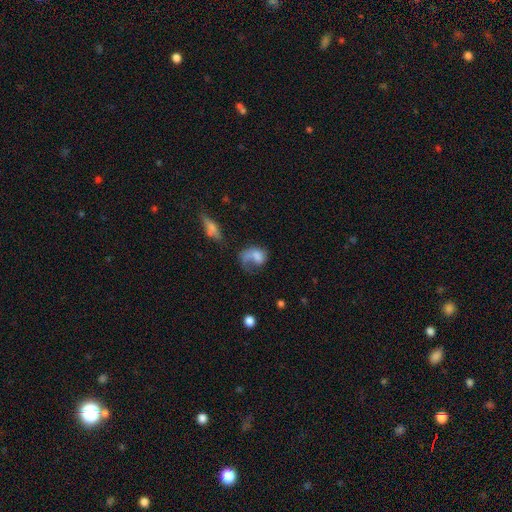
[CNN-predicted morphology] type=smooth (52%); roundness=in between (65%); merging=major disturbance (43%).